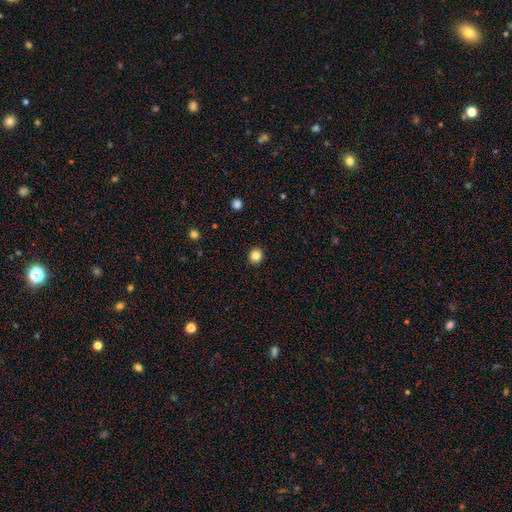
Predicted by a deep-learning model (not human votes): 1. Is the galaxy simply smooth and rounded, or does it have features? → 83% smooth, 11% star or artifact, 6% featured or disk.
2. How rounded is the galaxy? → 86% round, 13% in between, 1% cigar-shaped.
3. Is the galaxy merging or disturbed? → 92% none, 6% minor disturbance, 2% major disturbance, 1% merger.